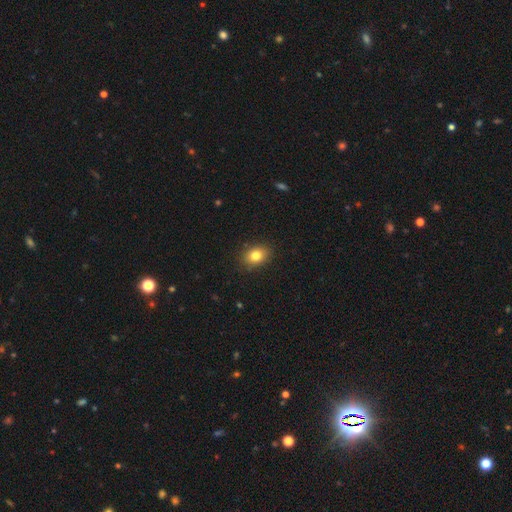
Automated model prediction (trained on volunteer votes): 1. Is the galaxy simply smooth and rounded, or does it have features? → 81% smooth, 10% star or artifact, 9% featured or disk.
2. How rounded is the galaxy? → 65% in between, 34% round, 1% cigar-shaped.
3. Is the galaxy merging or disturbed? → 88% none, 9% minor disturbance, 2% major disturbance, 1% merger.